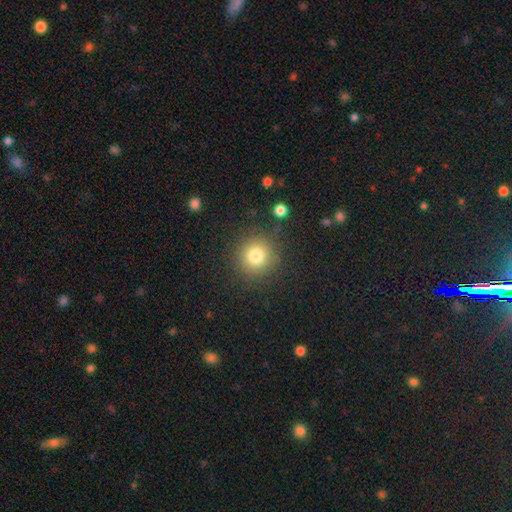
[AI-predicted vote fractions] smooth_or_featured: smooth (p=0.78) [alt: star or artifact p=0.13]
how_rounded: round (p=0.92) [alt: in between p=0.07]
merging: none (p=0.86) [alt: minor disturbance p=0.08]